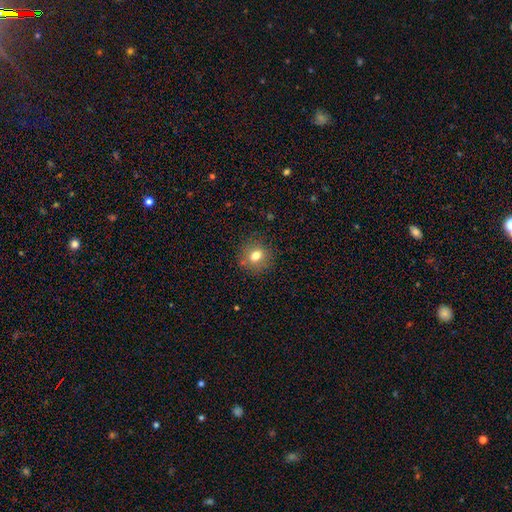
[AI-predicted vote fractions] This appears to be a smooth galaxy with no disk features (75%) that is round (79%). Merging: none (86%).